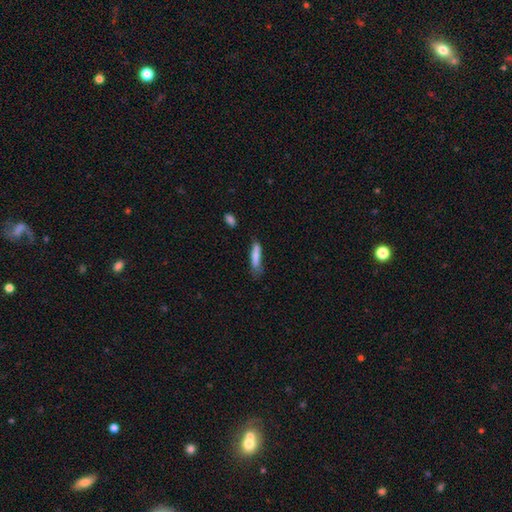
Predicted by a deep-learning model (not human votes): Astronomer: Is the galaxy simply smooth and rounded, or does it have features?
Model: smooth — 81%.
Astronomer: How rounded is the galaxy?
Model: cigar-shaped — 79%.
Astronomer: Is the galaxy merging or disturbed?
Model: none — 58%.